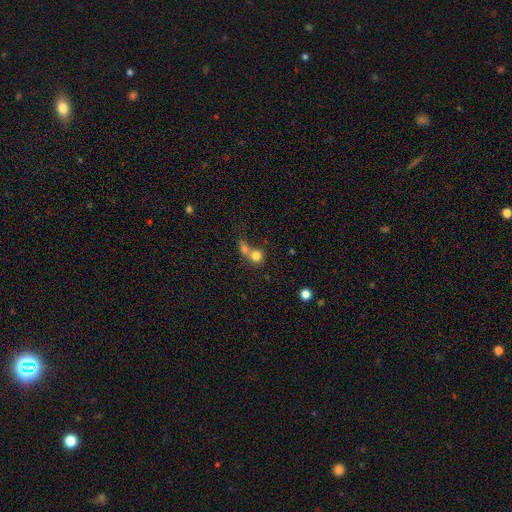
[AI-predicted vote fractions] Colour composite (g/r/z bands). It shows a smooth galaxy with no disk features (77%) that is round (83%). Merging: merger (55%).